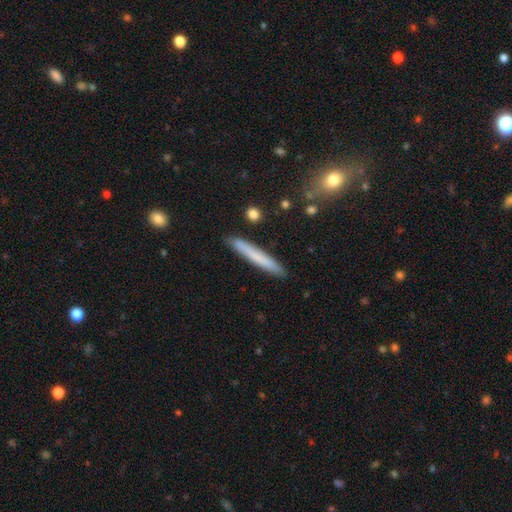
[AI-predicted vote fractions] A smooth galaxy with no disk features (69%) that is cigar-shaped (96%). Merging: none (89%).